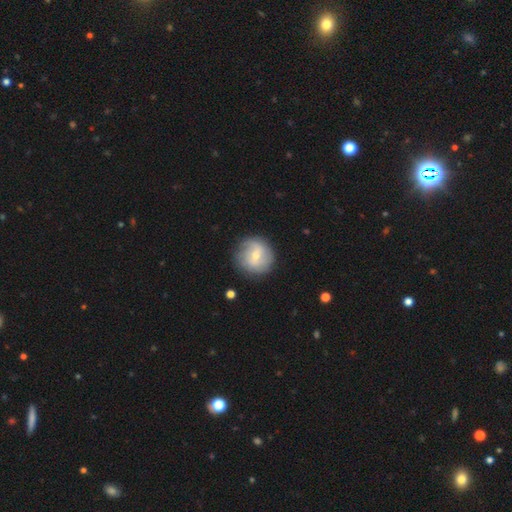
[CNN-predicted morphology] This is possibly a smooth galaxy (46%, tied with featured or disk). Merging: clearly none (81%).